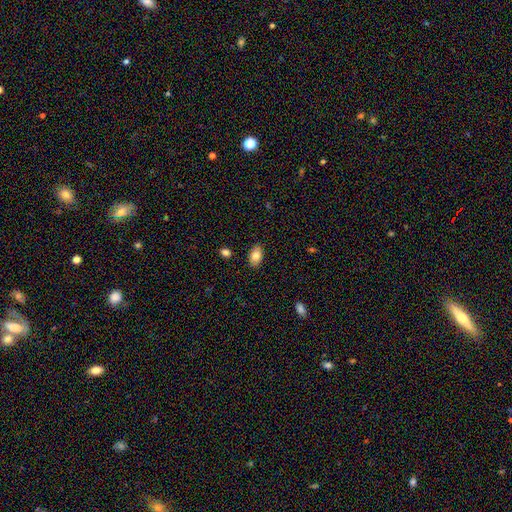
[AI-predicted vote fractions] A smooth galaxy with no disk features (82%) that is in between round and cigar-shaped (92%).

Vote fractions:
- Smooth or featured? smooth: 82% / featured or disk: 10% / star or artifact: 7%
- How rounded? in between: 92% / round: 7% / cigar-shaped: 2%
- Merging? none: 88% / minor disturbance: 8% / major disturbance: 2% / merger: 1%